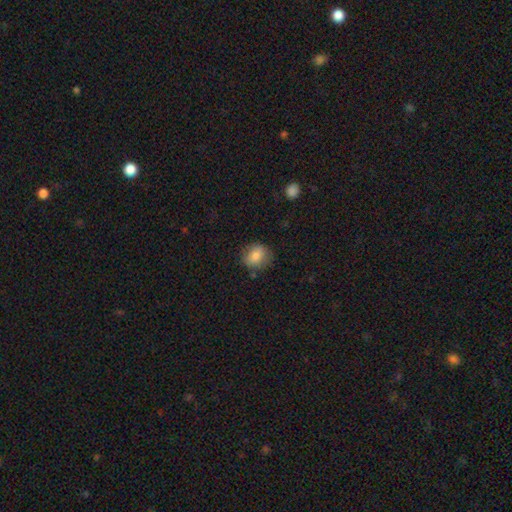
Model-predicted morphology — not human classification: Overall: smooth (84%). How rounded: round (59%; in between 40%). Merging: none (75%).